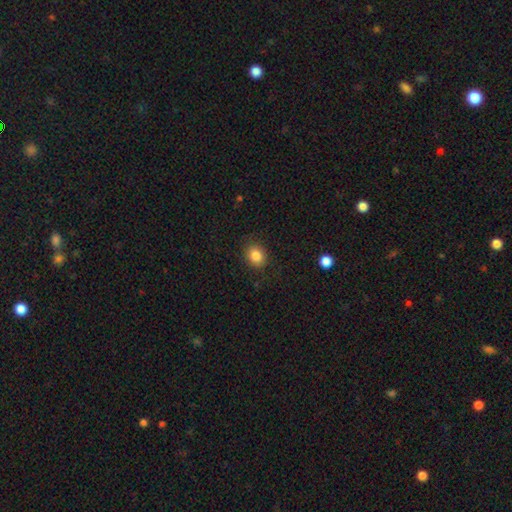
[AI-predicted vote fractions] A smooth galaxy with no disk features (85%) that is round (55%).

Vote fractions:
- Smooth or featured? smooth: 85% / star or artifact: 10% / featured or disk: 5%
- How rounded? round: 55% / in between: 44% / cigar-shaped: 1%
- Merging? none: 88% / minor disturbance: 9% / major disturbance: 3% / merger: 1%